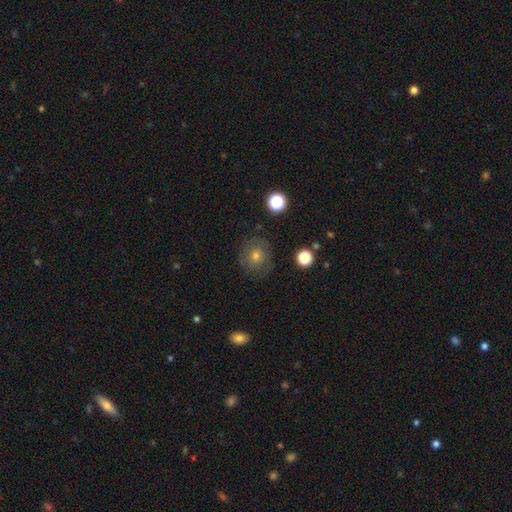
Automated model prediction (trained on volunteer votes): Overall: smooth (56%; featured or disk 30%). How rounded: round (85%). Merging: none (78%).